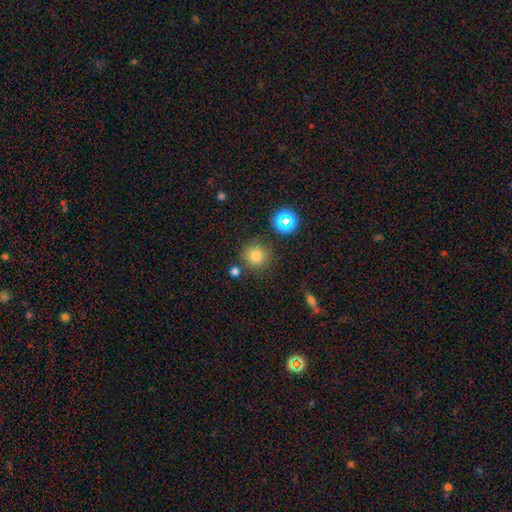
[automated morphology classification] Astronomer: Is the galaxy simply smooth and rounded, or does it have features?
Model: smooth — 77%.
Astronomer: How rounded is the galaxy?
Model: round — 93%.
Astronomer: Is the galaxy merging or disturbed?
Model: none — 81%.